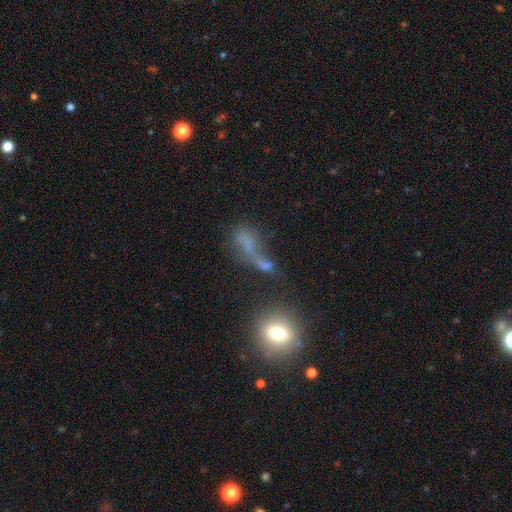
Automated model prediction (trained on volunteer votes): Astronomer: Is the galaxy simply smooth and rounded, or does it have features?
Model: smooth — 47% (runner-up: star or artifact, 27%).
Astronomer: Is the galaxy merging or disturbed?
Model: none — 41% (runner-up: merger, 28%).